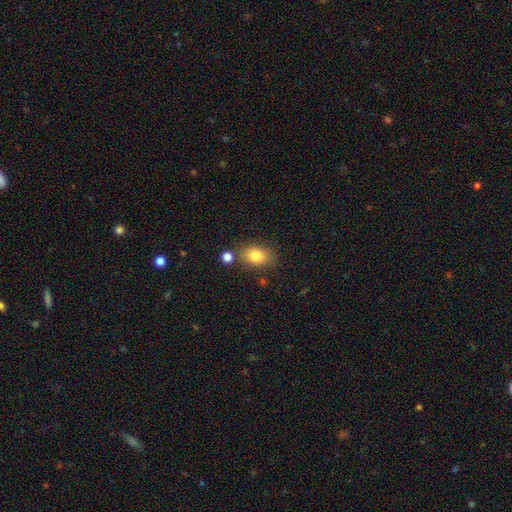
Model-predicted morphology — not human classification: The model was most divided on "how rounded": in between: 74%, round: 24%, cigar-shaped: 1%. More confident: smooth or featured — smooth (82%); merging — none (72%).